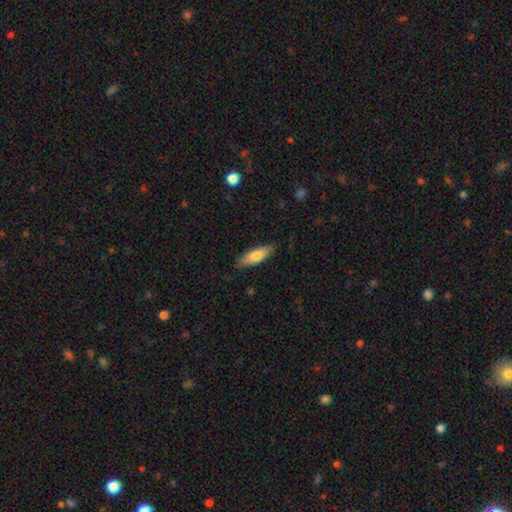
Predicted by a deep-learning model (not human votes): Smooth or featured?
  - smooth: 76% *
  - featured or disk: 18%
  - star or artifact: 6%
How rounded?
  - in between: 55% *
  - cigar-shaped: 43%
  - round: 2%
Merging?
  - none: 84% *
  - minor disturbance: 13%
  - major disturbance: 2%
  - merger: 1%